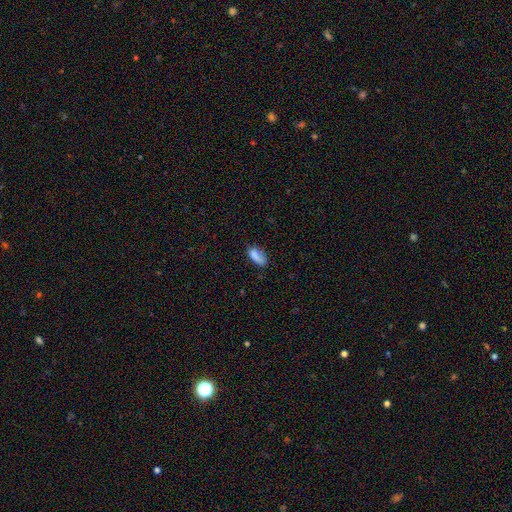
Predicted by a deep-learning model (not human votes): Q: Smooth or featured?
A: smooth (82%); runner-up: featured or disk (9%)
Q: How rounded?
A: in between (83%); runner-up: cigar-shaped (13%)
Q: Merging?
A: none (55%); runner-up: minor disturbance (29%)